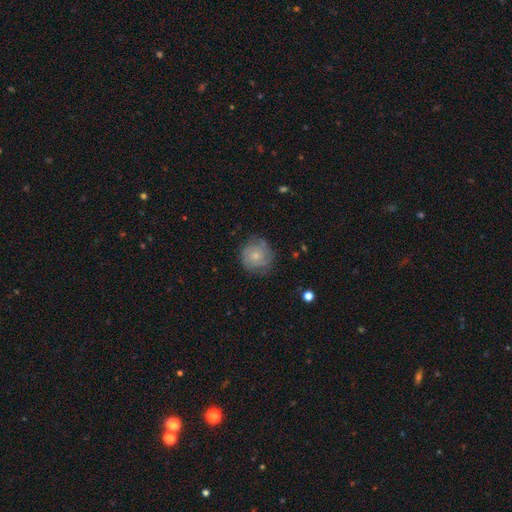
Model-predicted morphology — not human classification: featured or disk 51%, smooth 42%, star or artifact 7%. Down the decision tree: edge-on disk — no (98%); merging — none (72%).